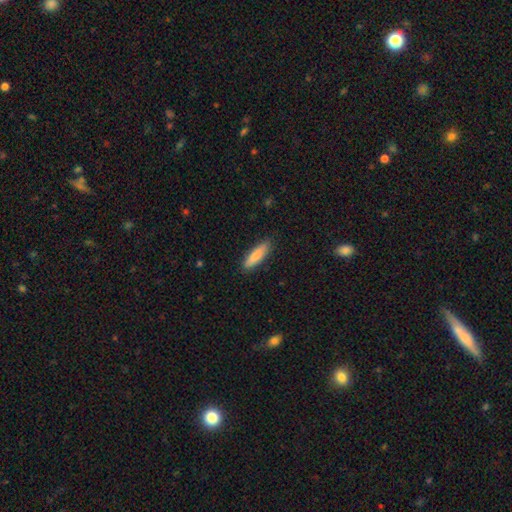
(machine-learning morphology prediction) This is clearly a smooth galaxy (84%). How rounded: likely cigar-shaped (62%). Merging: clearly none (86%).